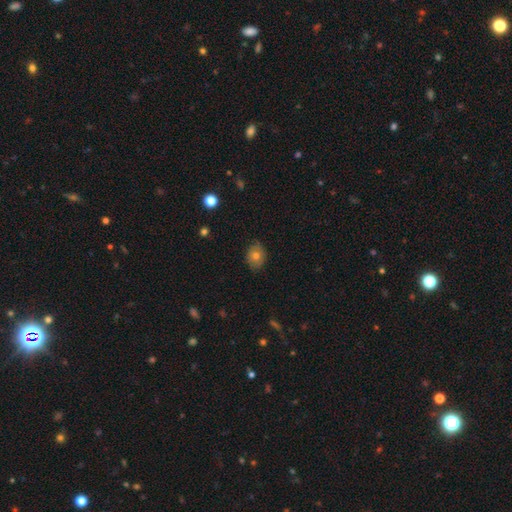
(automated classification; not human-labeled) smooth 67%, featured or disk 22%, star or artifact 11%. Down the decision tree: how rounded — in between (54%); merging — none (80%).